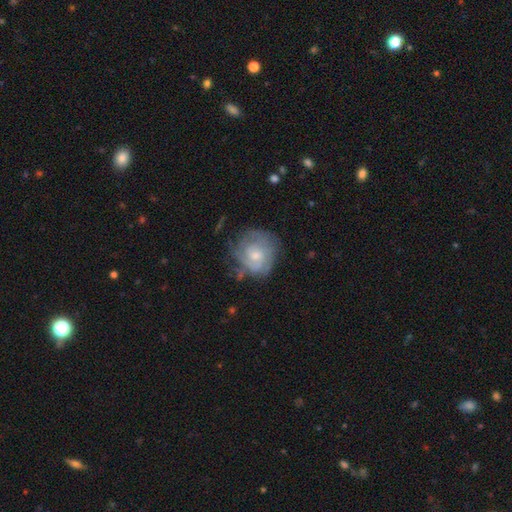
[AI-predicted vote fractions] Smooth or featured? Predicted: featured or disk (p=0.69). Edge-on disk? Predicted: no (p=0.98). Bar? Predicted: no (p=0.69). Spiral arms? Predicted: yes (p=0.85). Spiral winding? Predicted: tight (p=0.61). Spiral arm count? Predicted: can't tell (p=0.42). Bulge size? Predicted: small (p=0.50). Merging? Predicted: none (p=0.60).